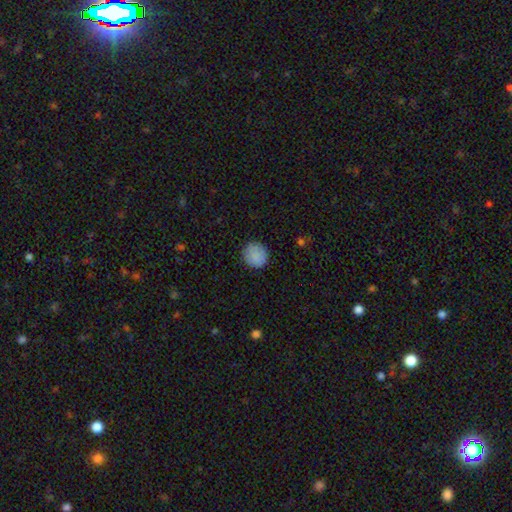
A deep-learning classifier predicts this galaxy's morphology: smooth_or_featured: smooth (p=0.88) [alt: star or artifact p=0.08]
how_rounded: round (p=0.90) [alt: in between p=0.09]
merging: none (p=0.87) [alt: minor disturbance p=0.09]